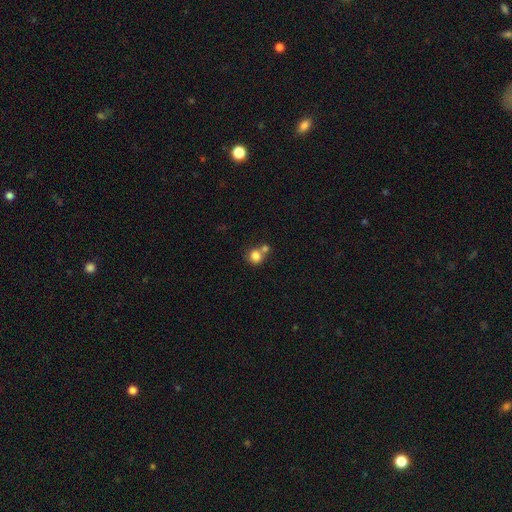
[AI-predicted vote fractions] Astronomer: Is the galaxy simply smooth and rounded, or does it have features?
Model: smooth — 82%.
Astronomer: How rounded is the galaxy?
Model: round — 83%.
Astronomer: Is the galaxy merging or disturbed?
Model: none — 47% (runner-up: merger, 41%).